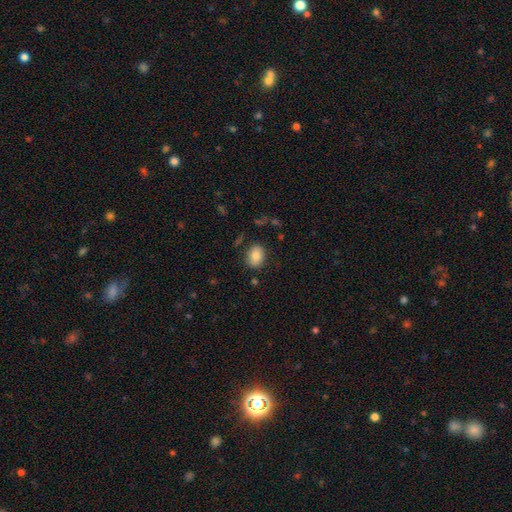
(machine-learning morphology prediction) Overall: smooth (84%). How rounded: in between (75%). Merging: none (82%).